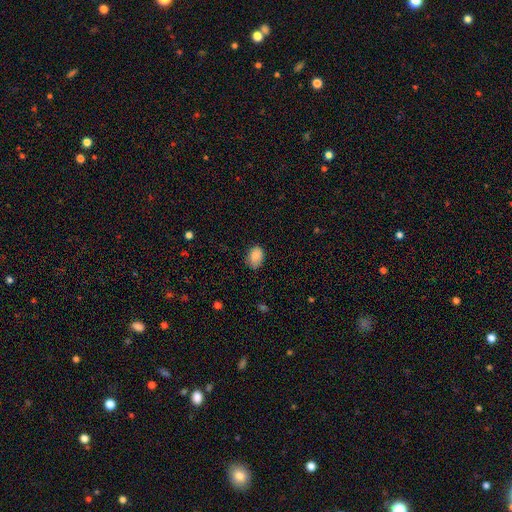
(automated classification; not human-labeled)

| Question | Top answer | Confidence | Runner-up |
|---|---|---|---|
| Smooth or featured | smooth | 86% | star or artifact (8%) |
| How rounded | in between | 78% | round (21%) |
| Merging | none | 71% | minor disturbance (24%) |